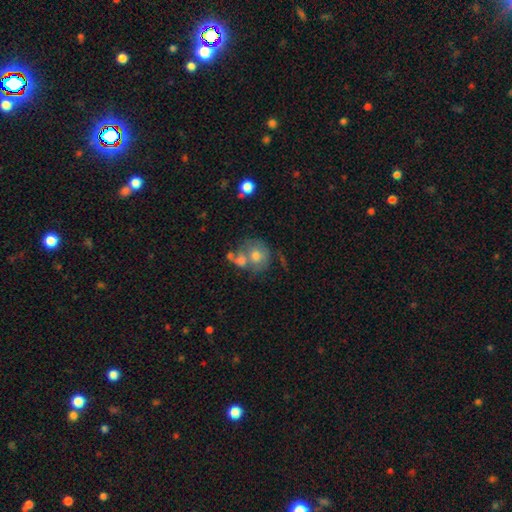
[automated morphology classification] Smooth or featured: smooth — 59% (featured or disk — 31%)
How rounded: round — 74% (in between — 25%)
Merging: merger — 39% (none — 37%)